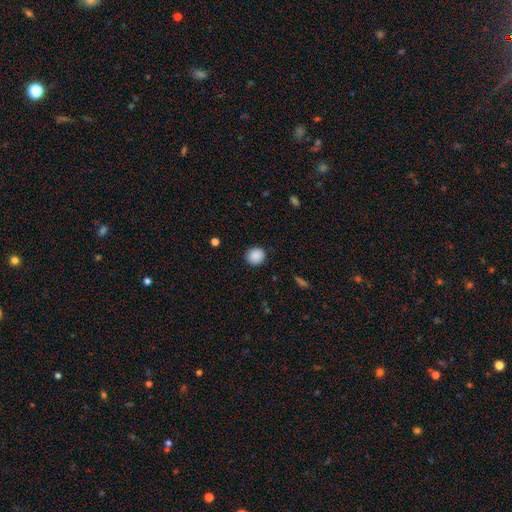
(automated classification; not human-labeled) Smooth or featured? Predicted: smooth (p=0.89). How rounded? Predicted: round (p=0.87). Merging? Predicted: none (p=0.89).